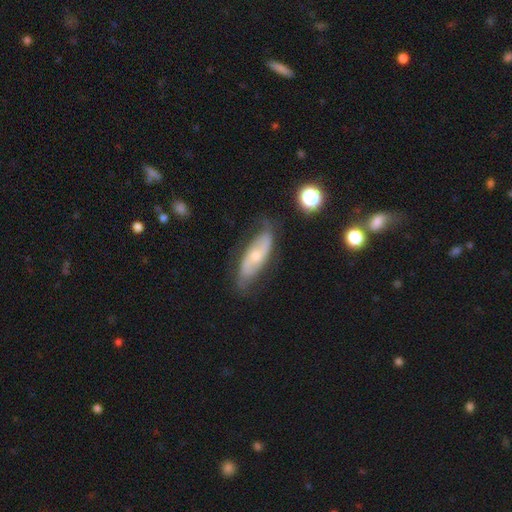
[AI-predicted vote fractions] A featured or disk galaxy (61%).

Vote fractions:
- Smooth or featured? featured or disk: 61% / smooth: 32% / star or artifact: 7%
- Edge-on disk? no: 79% / yes: 21%
- Merging? none: 67% / minor disturbance: 24% / major disturbance: 7% / merger: 2%